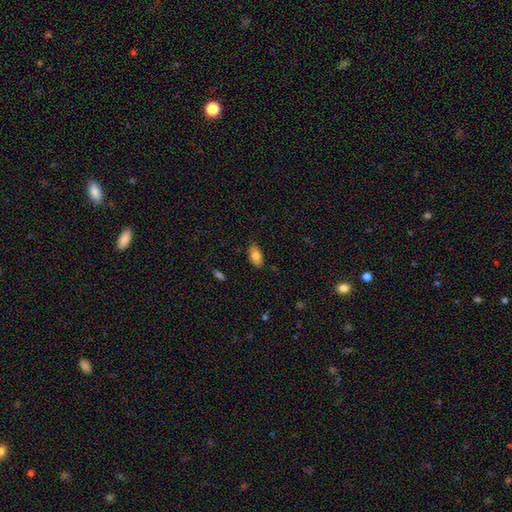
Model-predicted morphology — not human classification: Smooth or featured? Predicted: smooth (p=0.82). How rounded? Predicted: in between (p=0.92). Merging? Predicted: none (p=0.82).